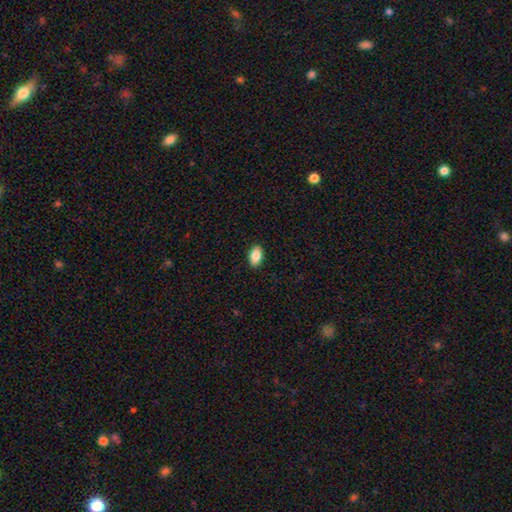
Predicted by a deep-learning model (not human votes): A smooth galaxy with no disk features (86%) that is in between round and cigar-shaped (92%).

Vote fractions:
- Smooth or featured? smooth: 86% / star or artifact: 7% / featured or disk: 6%
- How rounded? in between: 92% / round: 6% / cigar-shaped: 3%
- Merging? none: 90% / minor disturbance: 7% / major disturbance: 2% / merger: 1%